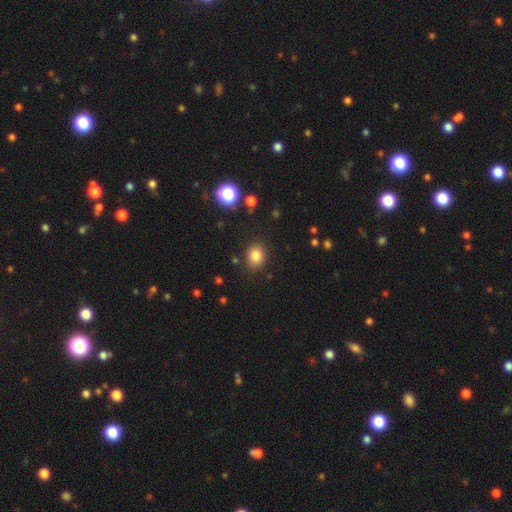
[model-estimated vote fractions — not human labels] The model was most divided on "how rounded": round: 56%, in between: 44%, cigar-shaped: 1%. More confident: merging — none (86%); smooth or featured — smooth (83%).